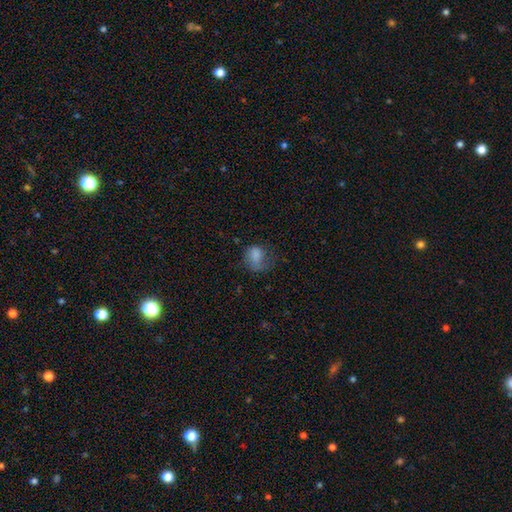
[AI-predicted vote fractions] smooth 74%, featured or disk 15%, star or artifact 11%. Down the decision tree: how rounded — in between (55%); merging — major disturbance (38%).